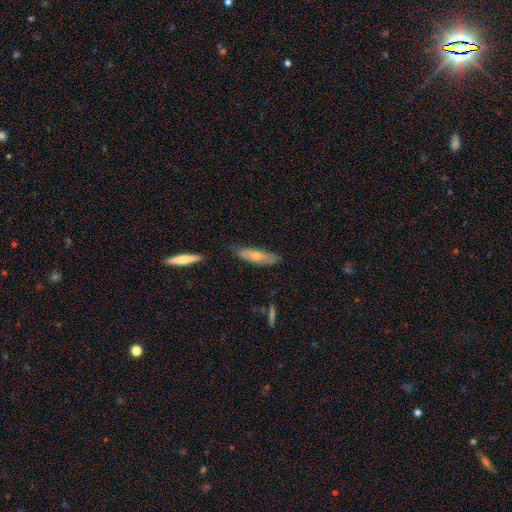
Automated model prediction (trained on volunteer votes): Overall: smooth (62%; featured or disk 32%). How rounded: cigar-shaped (56%; in between 42%). Merging: none (71%).